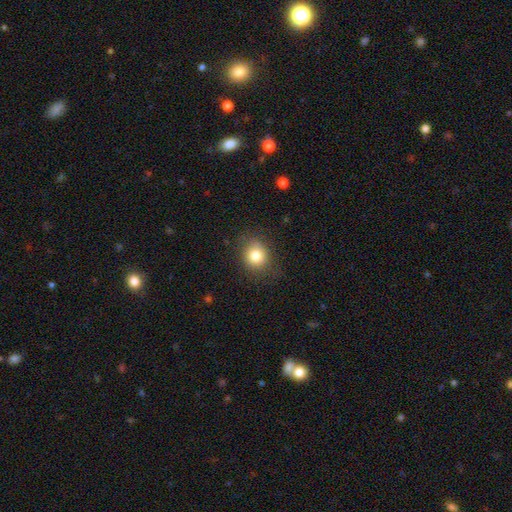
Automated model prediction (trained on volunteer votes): smooth_or_featured: smooth (p=0.82) [alt: star or artifact p=0.10]
how_rounded: round (p=0.71) [alt: in between p=0.28]
merging: none (p=0.80) [alt: minor disturbance p=0.14]